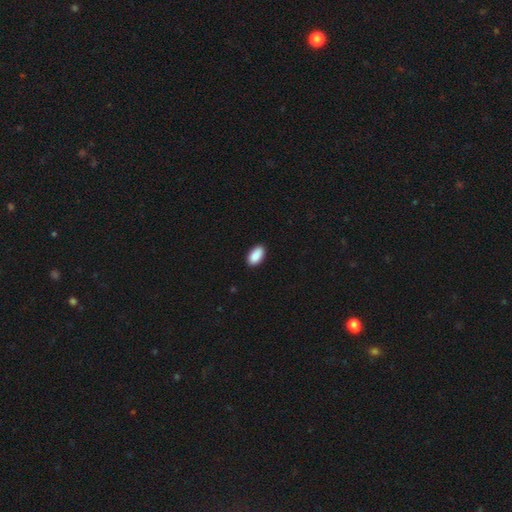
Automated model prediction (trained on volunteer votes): smooth_or_featured: smooth (p=0.91) [alt: star or artifact p=0.07]
how_rounded: in between (p=0.94) [alt: round p=0.03]
merging: none (p=0.89) [alt: minor disturbance p=0.08]